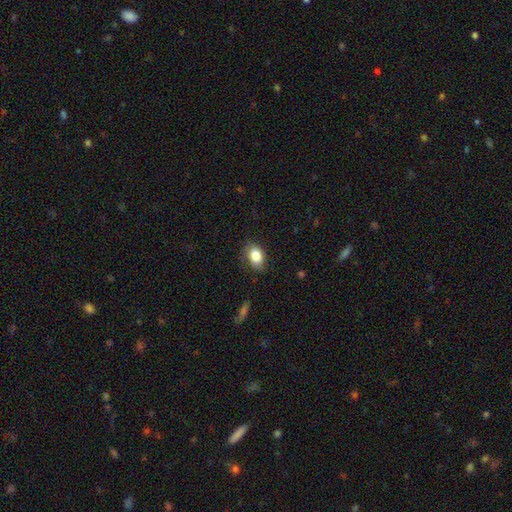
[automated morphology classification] Smooth or featured? smooth (84%)
How rounded? in between (80%)
Merging? none (77%)